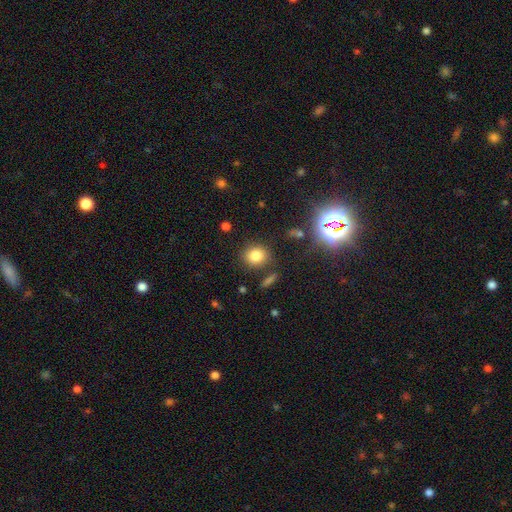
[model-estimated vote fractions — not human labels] This is likely a smooth galaxy (79%). How rounded: likely round (71%). Merging: clearly none (82%).